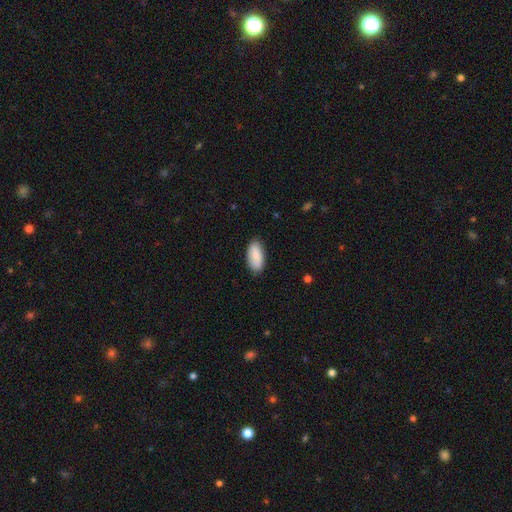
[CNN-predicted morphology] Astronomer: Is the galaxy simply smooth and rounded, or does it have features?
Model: smooth — 87%.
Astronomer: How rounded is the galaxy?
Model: in between — 92%.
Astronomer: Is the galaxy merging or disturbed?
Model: none — 85%.